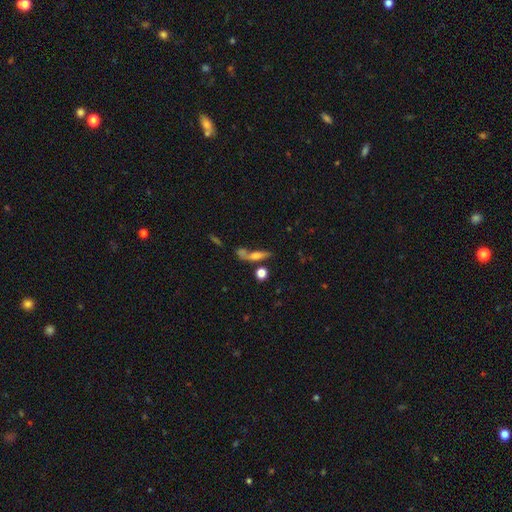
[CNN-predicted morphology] Q: Smooth or featured?
A: smooth (61%); runner-up: featured or disk (25%)
Q: How rounded?
A: cigar-shaped (48%); runner-up: in between (38%)
Q: Merging?
A: none (44%); runner-up: merger (31%)